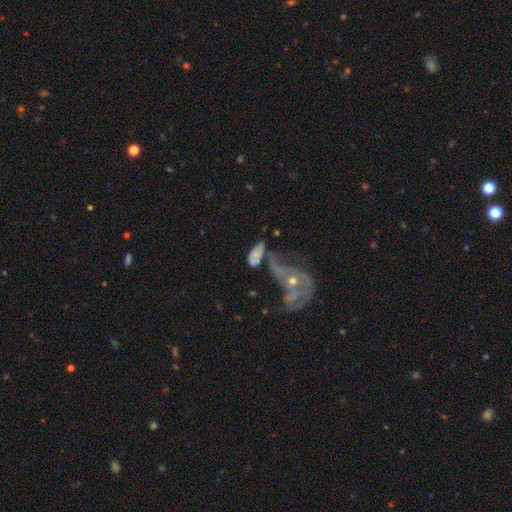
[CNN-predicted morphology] Smooth or featured: smooth — 49% (featured or disk — 40%)
Merging: merger — 45% (major disturbance — 20%)